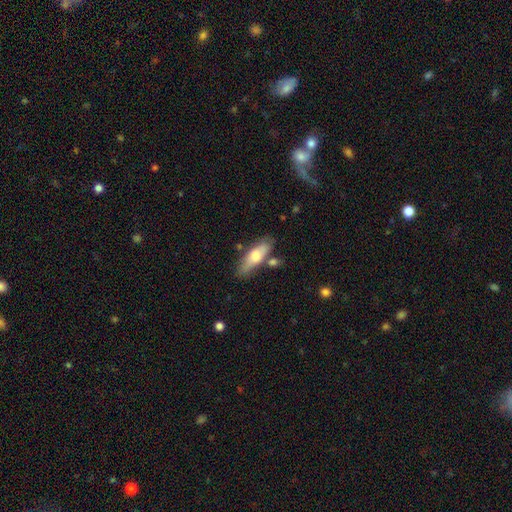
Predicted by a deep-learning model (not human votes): A smooth galaxy with no disk features (61%) that is in between round and cigar-shaped (52%).

Vote fractions:
- Smooth or featured? smooth: 61% / featured or disk: 33% / star or artifact: 6%
- How rounded? in between: 52% / cigar-shaped: 46% / round: 3%
- Merging? none: 69% / minor disturbance: 17% / merger: 10% / major disturbance: 4%